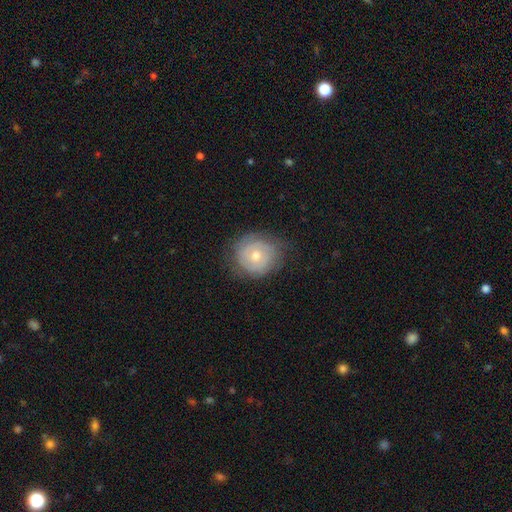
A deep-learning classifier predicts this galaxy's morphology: The model was most divided on "bulge size": moderate: 56%, small: 40%, large: 2%, none: 1%, dominant: 1%. More confident: edge-on disk — no (97%); bar — no (82%); merging — none (78%); spiral arms — yes (77%); smooth or featured — featured or disk (64%).